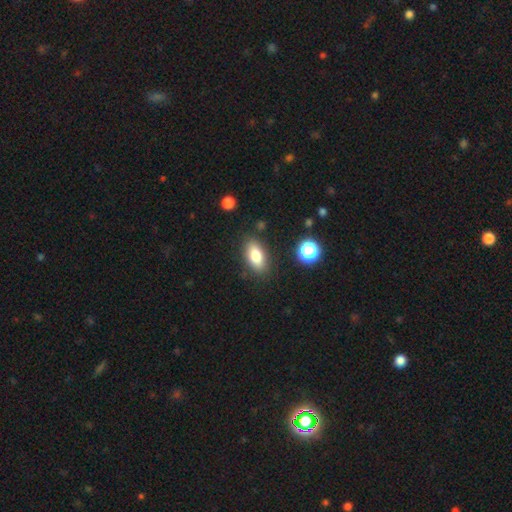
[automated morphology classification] A smooth galaxy with no disk features (79%) that is in between round and cigar-shaped (86%).

Vote fractions:
- Smooth or featured? smooth: 79% / featured or disk: 12% / star or artifact: 9%
- How rounded? in between: 86% / cigar-shaped: 8% / round: 6%
- Merging? none: 84% / minor disturbance: 11% / major disturbance: 3% / merger: 2%